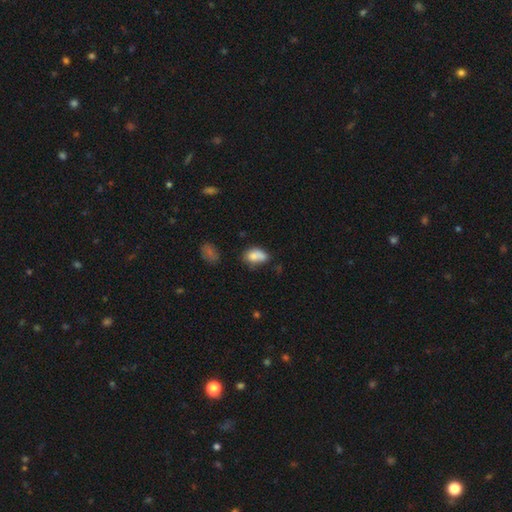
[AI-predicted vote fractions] Smooth or featured? Predicted: smooth (p=0.79). How rounded? Predicted: in between (p=0.84). Merging? Predicted: none (p=0.40).